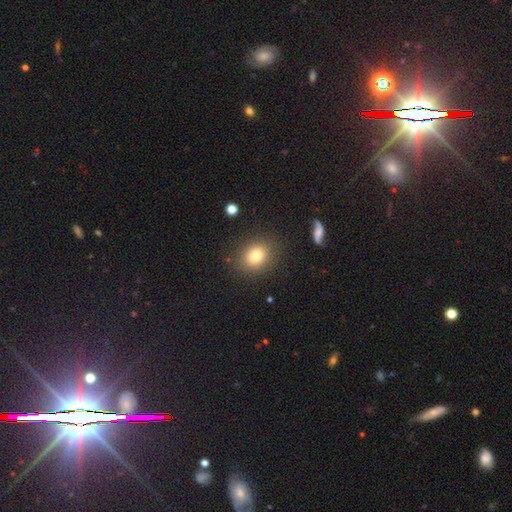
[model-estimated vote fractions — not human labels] Q: Smooth or featured?
A: smooth (79%); runner-up: star or artifact (12%)
Q: How rounded?
A: round (54%); runner-up: in between (45%)
Q: Merging?
A: none (86%); runner-up: minor disturbance (9%)